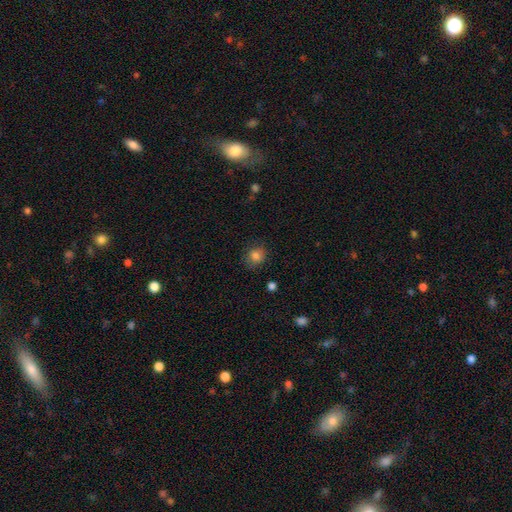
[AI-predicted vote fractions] This is clearly a smooth galaxy (84%). How rounded: likely round (77%). Merging: clearly none (82%).